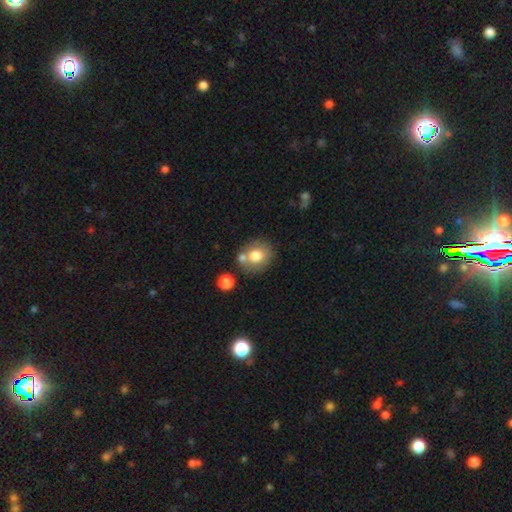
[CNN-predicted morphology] This appears to be a smooth galaxy with no disk features (74%) that is round (76%). Merging: none (60%).